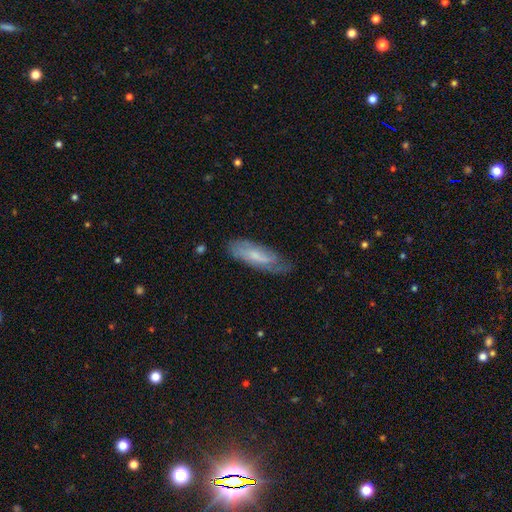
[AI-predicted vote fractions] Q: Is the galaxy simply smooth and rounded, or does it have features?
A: featured or disk — 48%.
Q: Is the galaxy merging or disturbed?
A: none — 63%.